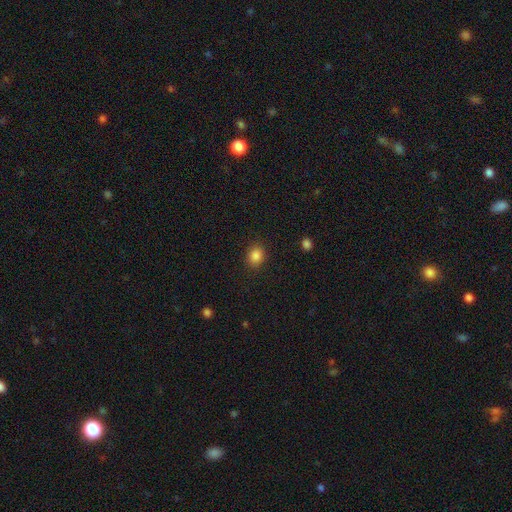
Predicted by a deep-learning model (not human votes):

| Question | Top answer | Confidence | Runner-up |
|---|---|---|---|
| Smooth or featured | smooth | 86% | star or artifact (10%) |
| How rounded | round | 60% | in between (39%) |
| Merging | none | 88% | minor disturbance (9%) |